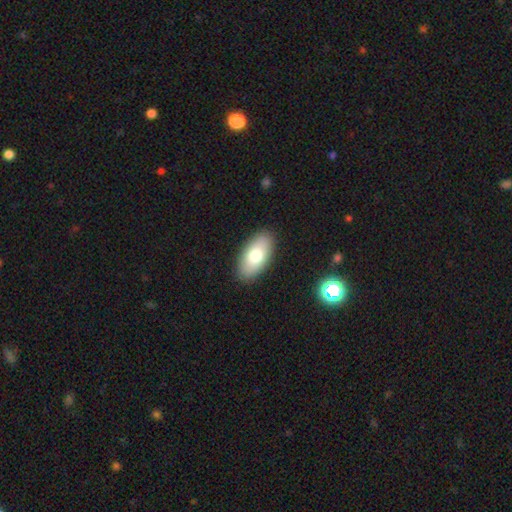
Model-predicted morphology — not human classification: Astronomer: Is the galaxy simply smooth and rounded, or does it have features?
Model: smooth — 76%.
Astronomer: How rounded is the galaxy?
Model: in between — 93%.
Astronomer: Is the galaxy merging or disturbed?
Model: none — 89%.